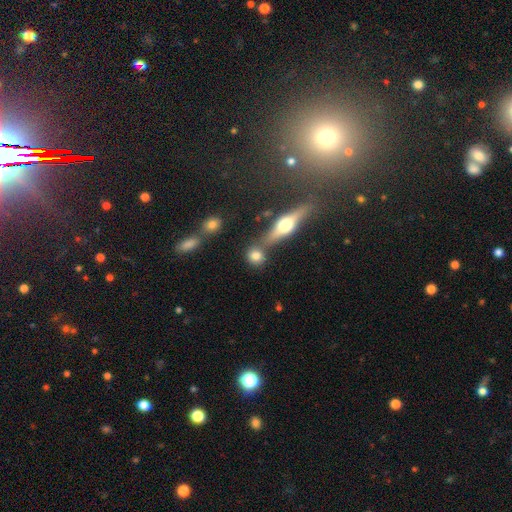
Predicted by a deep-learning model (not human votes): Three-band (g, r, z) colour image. It shows a smooth galaxy with no disk features (76%) that is round (77%). Merging: none (64%).